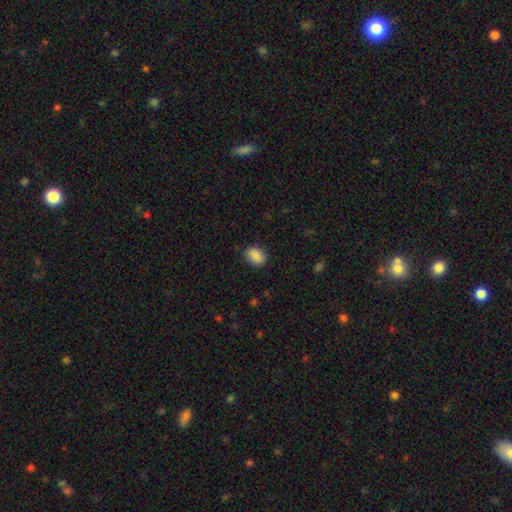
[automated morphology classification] Smooth or featured?
  - smooth: 89% *
  - star or artifact: 7%
  - featured or disk: 3%
How rounded?
  - in between: 79% *
  - round: 20%
  - cigar-shaped: 1%
Merging?
  - none: 86% *
  - minor disturbance: 11%
  - major disturbance: 3%
  - merger: 1%